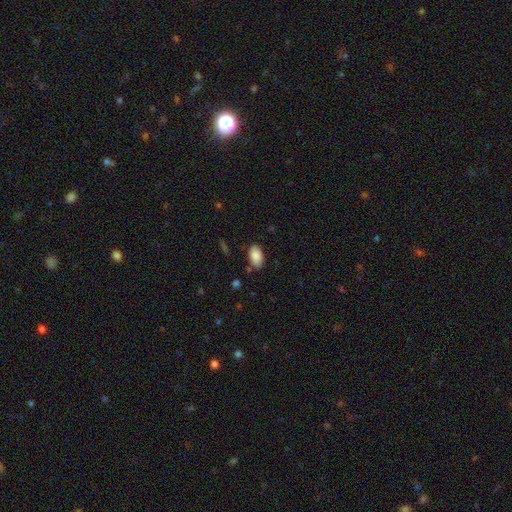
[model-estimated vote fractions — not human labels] A smooth galaxy with no disk features (89%) that is in between round and cigar-shaped (94%). Merging: none (83%).